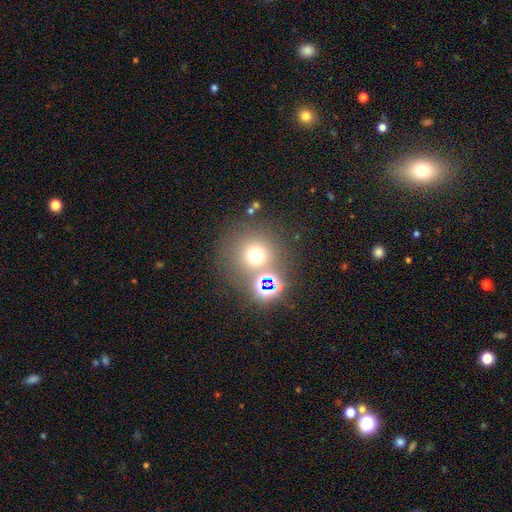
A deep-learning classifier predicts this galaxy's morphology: smooth-or-featured: smooth: 64% | star or artifact: 26% | featured or disk: 11%
  how-rounded: round: 93% | in between: 6% | cigar-shaped: 1%
  merging: none: 68% | merger: 18% | minor disturbance: 9% | major disturbance: 5%